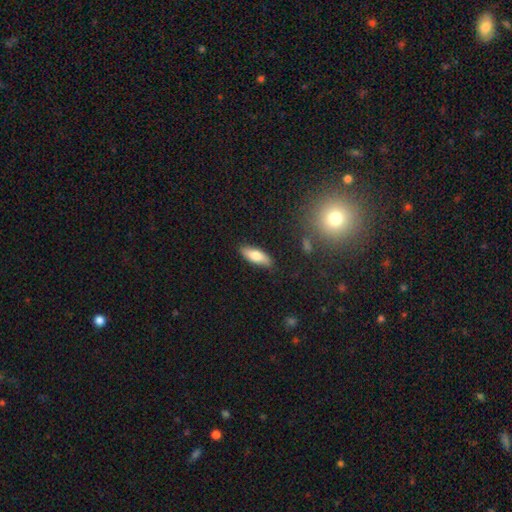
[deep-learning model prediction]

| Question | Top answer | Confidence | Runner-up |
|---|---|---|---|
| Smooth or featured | smooth | 77% | featured or disk (17%) |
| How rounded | in between | 61% | cigar-shaped (37%) |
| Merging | none | 84% | minor disturbance (12%) |